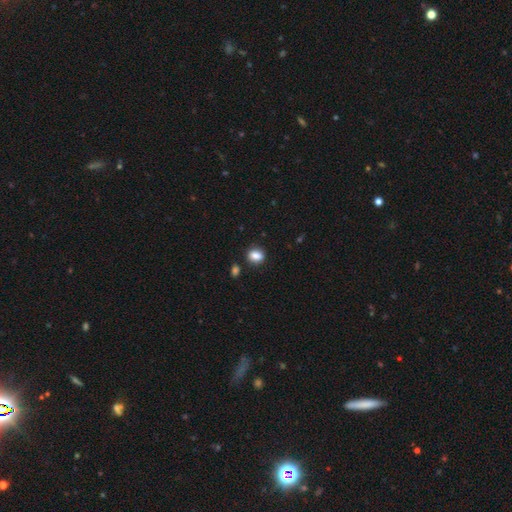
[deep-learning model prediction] The model was most divided on "how rounded": in between: 56%, round: 42%, cigar-shaped: 2%. More confident: smooth or featured — smooth (85%); merging — none (81%).